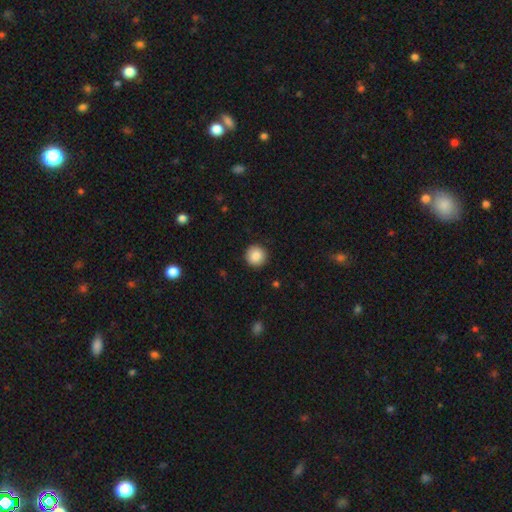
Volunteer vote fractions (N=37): Smooth or featured? smooth (92%)
How rounded? round (100%)
Merging? none (89%)